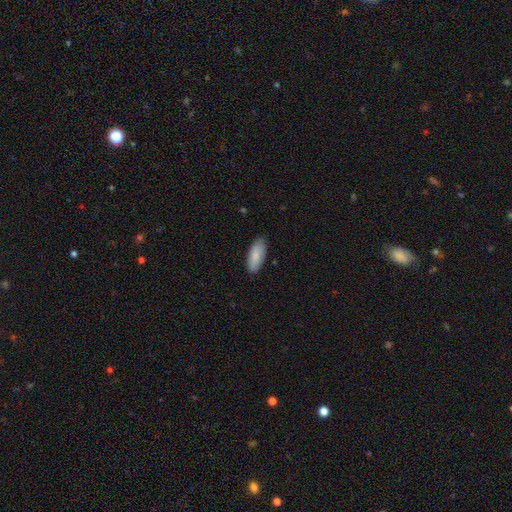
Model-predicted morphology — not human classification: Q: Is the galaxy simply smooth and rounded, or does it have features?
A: smooth — 85%.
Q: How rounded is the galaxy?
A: in between — 83%.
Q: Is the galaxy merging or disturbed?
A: none — 86%.